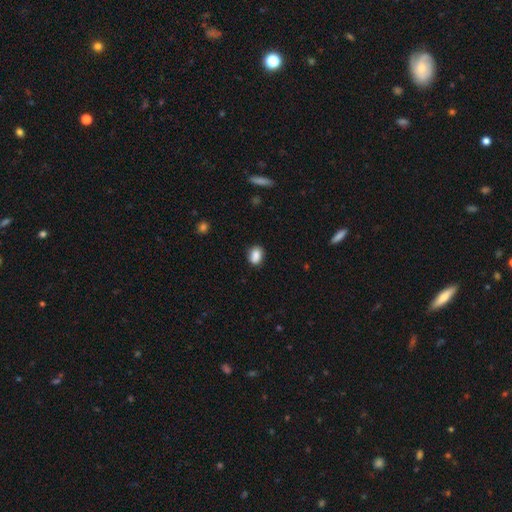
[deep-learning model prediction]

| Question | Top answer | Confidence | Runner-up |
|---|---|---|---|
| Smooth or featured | smooth | 87% | star or artifact (8%) |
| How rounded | in between | 70% | round (29%) |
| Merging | none | 82% | minor disturbance (13%) |